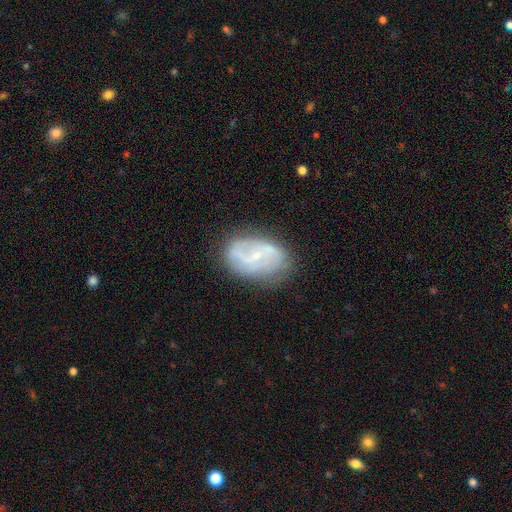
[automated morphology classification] This is likely a featured or disk galaxy (70%). It is clearly not viewed edge-on (96%). Bar: possibly weak (46%). Spiral arm pattern: likely yes (78%). Spiral arm count: likely 2 (69%). Spiral winding: marginally medium (41%). Central bulge: likely small (73%). Merging: likely none (71%).